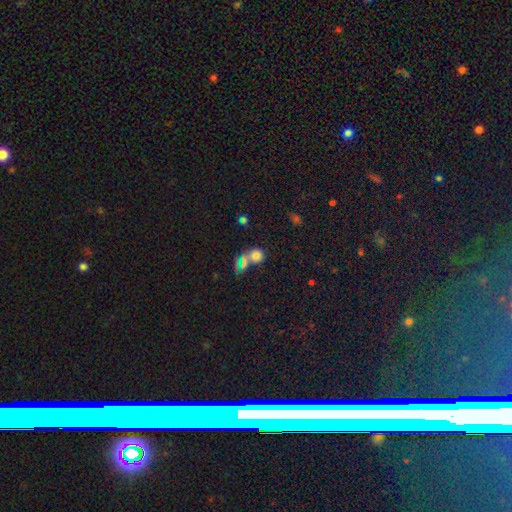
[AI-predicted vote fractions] Morphology: type=smooth (68%); roundness=round (72%); merging=none (50%).